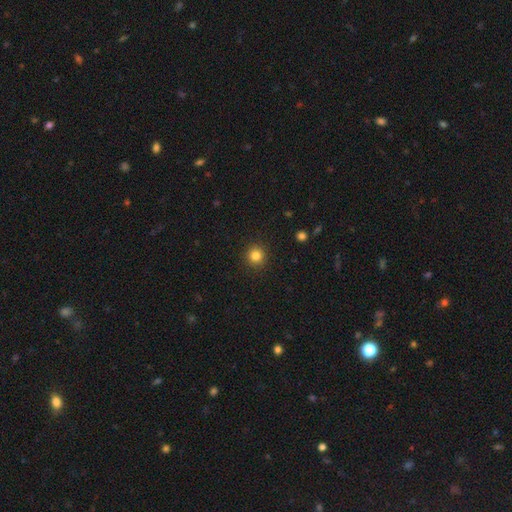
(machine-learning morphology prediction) Q: Smooth or featured?
A: smooth (83%); runner-up: star or artifact (12%)
Q: How rounded?
A: round (94%); runner-up: in between (5%)
Q: Merging?
A: none (92%); runner-up: minor disturbance (5%)